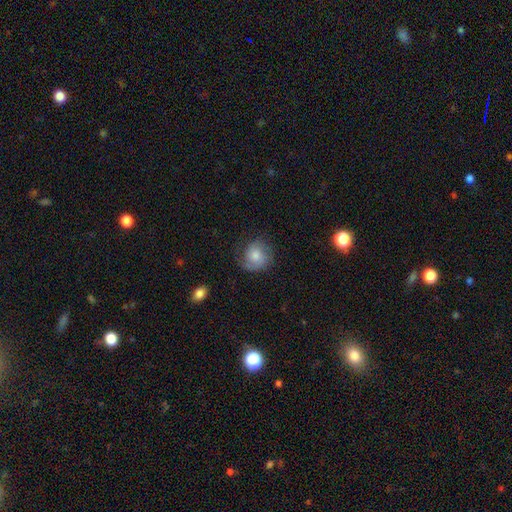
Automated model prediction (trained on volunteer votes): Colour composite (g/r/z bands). It shows a smooth galaxy with no disk features (57%) that is round (80%). Merging: none (60%).